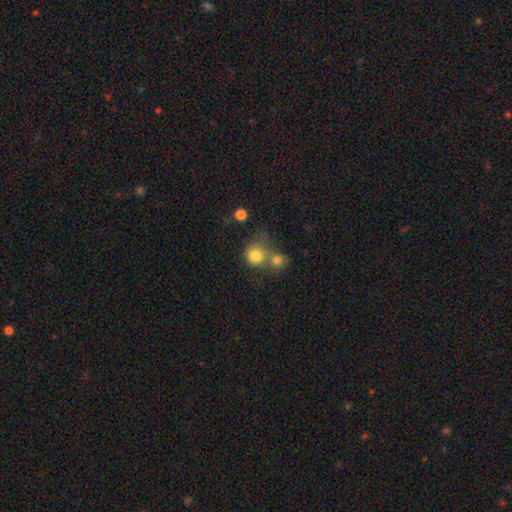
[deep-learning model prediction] This appears to be a smooth galaxy with no disk features (80%) that is round (87%). Merging: merger (43%).